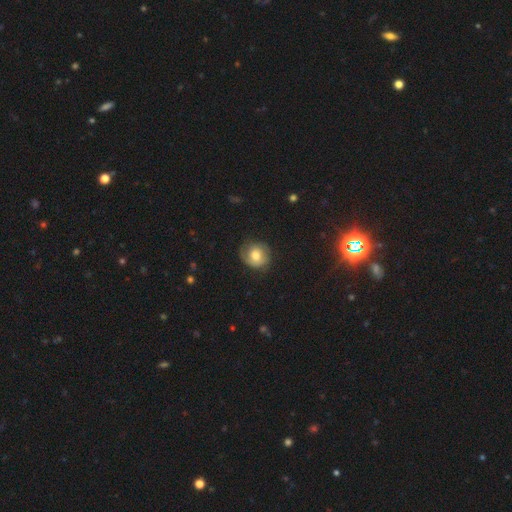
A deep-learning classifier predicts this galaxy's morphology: Smooth or featured? smooth (56%)
How rounded? round (81%)
Merging? none (70%)